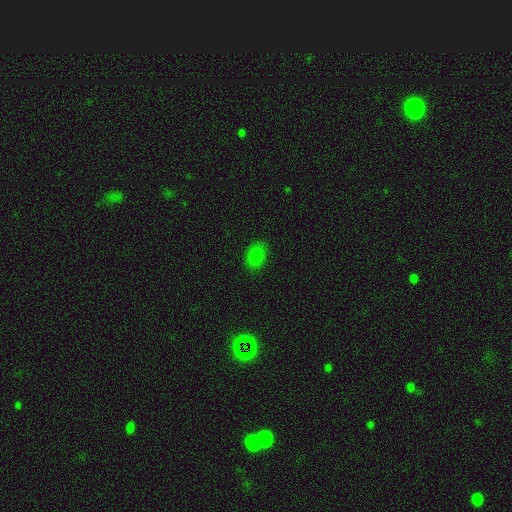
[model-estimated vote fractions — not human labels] smooth-or-featured: smooth: 81% | star or artifact: 13% | featured or disk: 6%
  how-rounded: in between: 70% | round: 28% | cigar-shaped: 1%
  merging: none: 86% | minor disturbance: 11% | major disturbance: 3% | merger: 1%